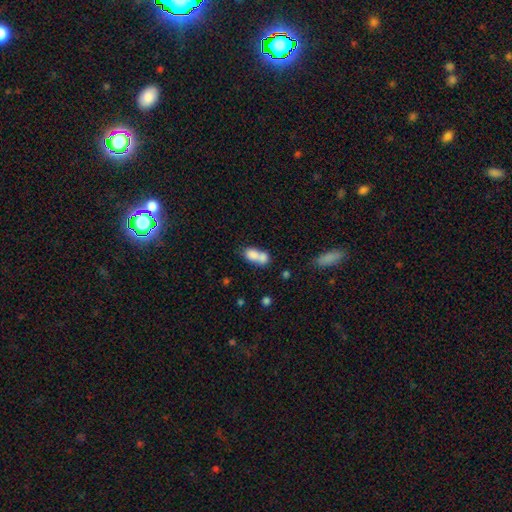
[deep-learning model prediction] Smooth or featured? Predicted: smooth (p=0.75). How rounded? Predicted: in between (p=0.76). Merging? Predicted: merger (p=0.66).